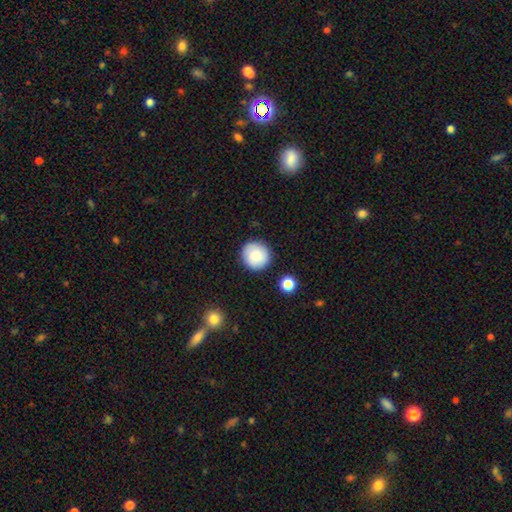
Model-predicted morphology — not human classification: Smooth or featured: smooth — 84% (featured or disk — 9%)
How rounded: round — 94% (in between — 5%)
Merging: none — 89% (minor disturbance — 7%)